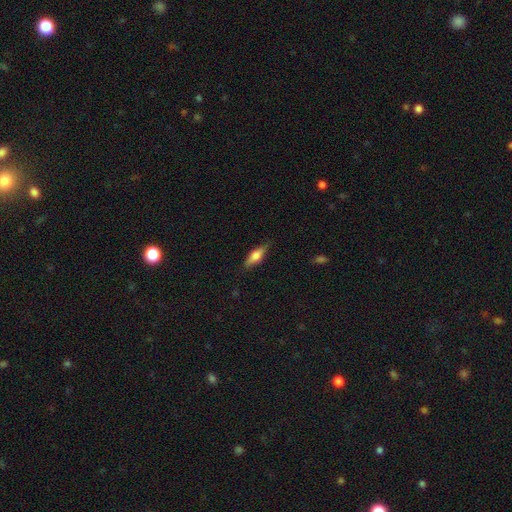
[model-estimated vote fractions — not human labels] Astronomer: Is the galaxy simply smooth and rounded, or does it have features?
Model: smooth — 50% (runner-up: featured or disk, 43%).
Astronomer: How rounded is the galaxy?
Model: in between — 56% (runner-up: cigar-shaped, 40%).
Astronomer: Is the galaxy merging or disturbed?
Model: none — 81%.